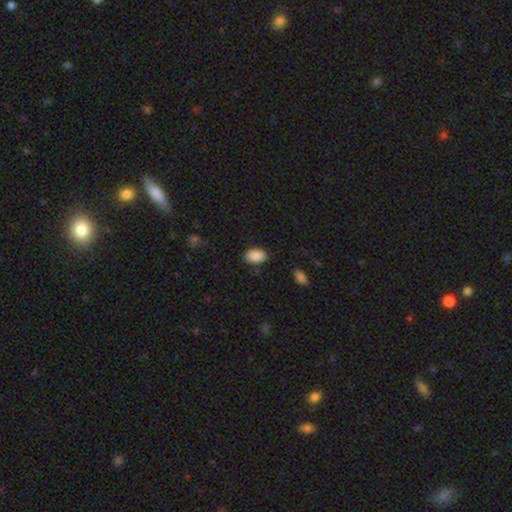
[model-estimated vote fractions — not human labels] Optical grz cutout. It shows a smooth galaxy with no disk features (89%) that is in between round and cigar-shaped (90%). Merging: none (81%).